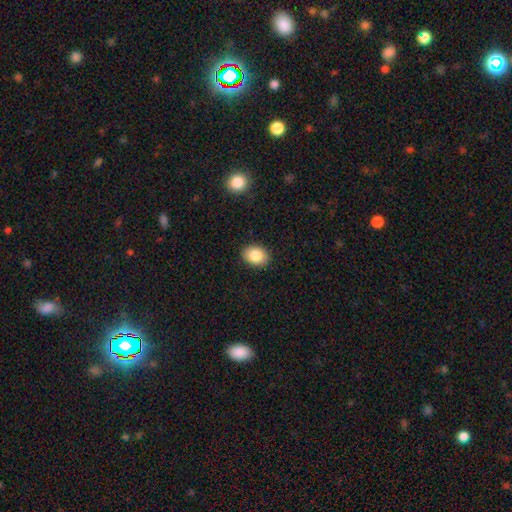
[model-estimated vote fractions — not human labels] Morphology: type=smooth (85%); roundness=in between (68%); merging=none (89%).